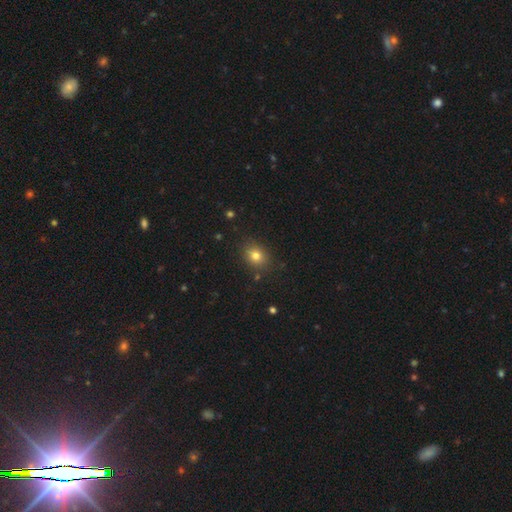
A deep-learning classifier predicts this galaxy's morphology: smooth 79%, star or artifact 13%, featured or disk 8%. Down the decision tree: how rounded — round (52%); merging — none (85%).